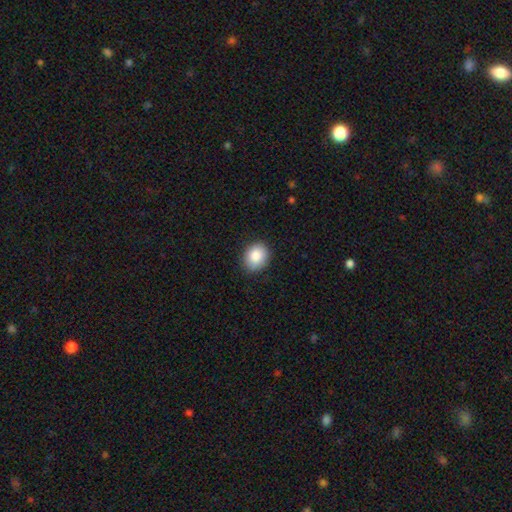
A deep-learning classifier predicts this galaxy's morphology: type=smooth (86%); roundness=round (52%); merging=none (87%).